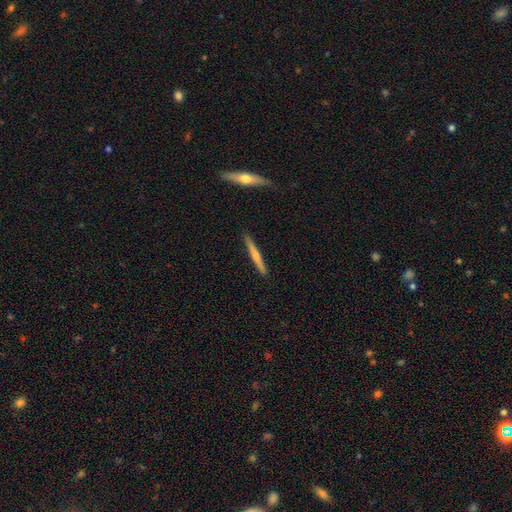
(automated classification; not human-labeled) Smooth or featured?
  - featured or disk: 49% *
  - smooth: 46%
  - star or artifact: 5%
Merging?
  - none: 90% *
  - minor disturbance: 7%
  - merger: 2%
  - major disturbance: 1%